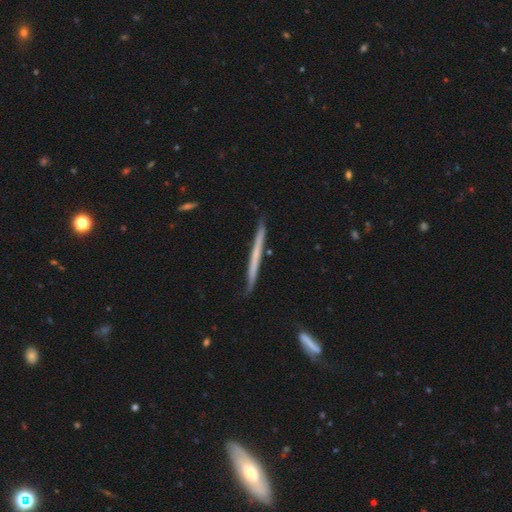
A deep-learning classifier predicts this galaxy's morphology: Smooth or featured: featured or disk — 50% (smooth — 44%)
Merging: none — 87% (minor disturbance — 10%)